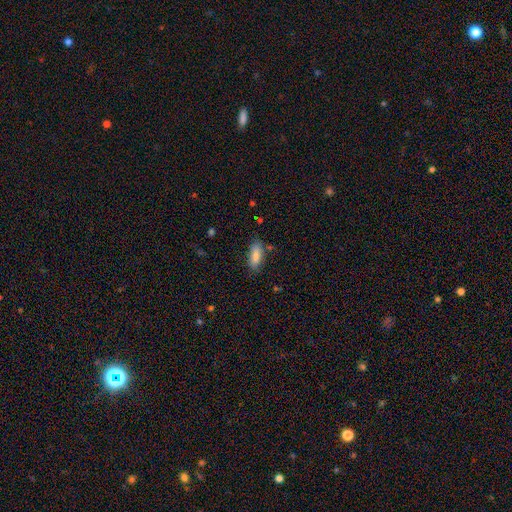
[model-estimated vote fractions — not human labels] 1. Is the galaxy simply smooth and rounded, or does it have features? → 86% smooth, 7% featured or disk, 7% star or artifact.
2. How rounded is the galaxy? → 70% in between, 28% cigar-shaped, 2% round.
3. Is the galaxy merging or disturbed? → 79% none, 15% minor disturbance, 3% major disturbance, 3% merger.